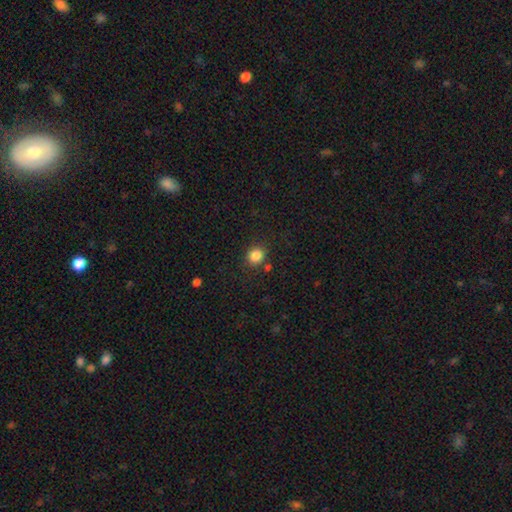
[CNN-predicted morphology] Smooth or featured?
  - smooth: 84% *
  - star or artifact: 11%
  - featured or disk: 4%
How rounded?
  - round: 80% *
  - in between: 19%
  - cigar-shaped: 1%
Merging?
  - none: 82% *
  - minor disturbance: 10%
  - merger: 5%
  - major disturbance: 3%